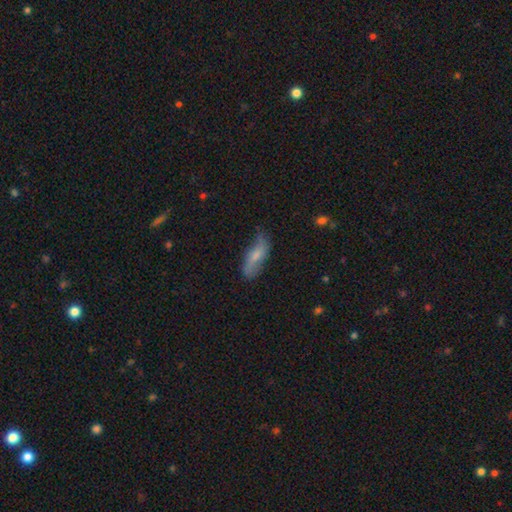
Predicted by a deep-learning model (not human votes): This appears to be a smooth galaxy with no disk features (51%) that is in between round and cigar-shaped (61%). Merging: none (63%).